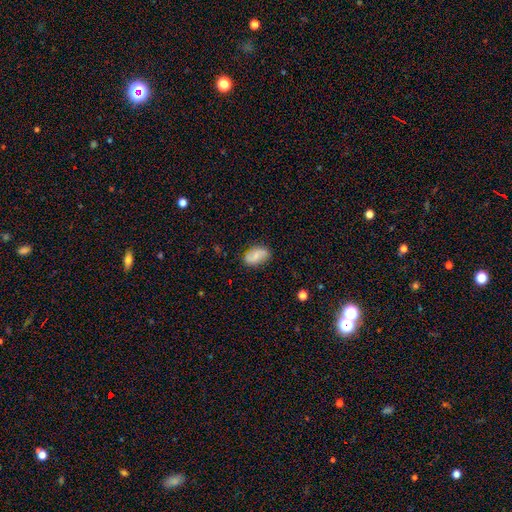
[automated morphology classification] smooth_or_featured: smooth (p=0.58) [alt: featured or disk p=0.34]
how_rounded: in between (p=0.91) [alt: round p=0.07]
merging: none (p=0.80) [alt: minor disturbance p=0.15]